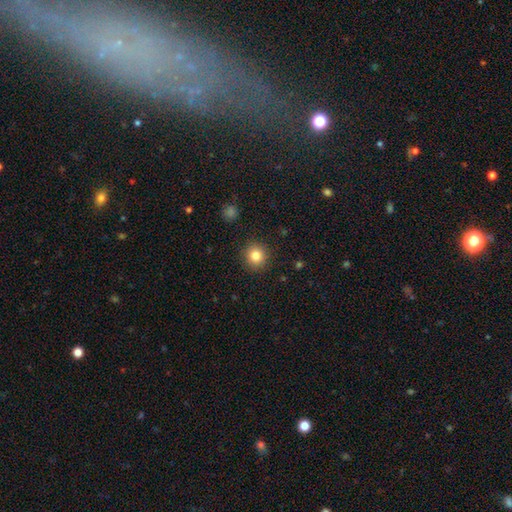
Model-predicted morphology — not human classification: Q: Smooth or featured?
A: smooth (83%); runner-up: star or artifact (11%)
Q: How rounded?
A: round (93%); runner-up: in between (6%)
Q: Merging?
A: none (91%); runner-up: minor disturbance (6%)